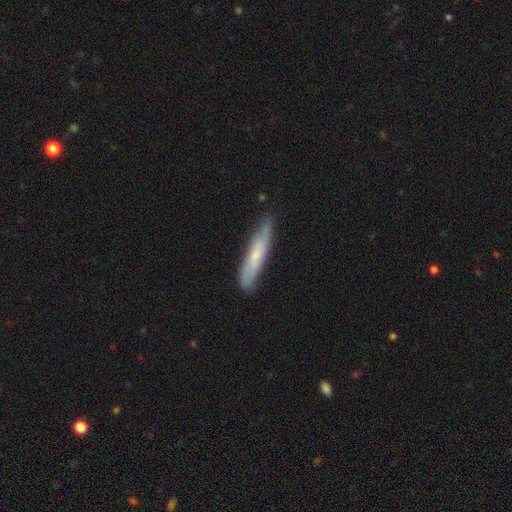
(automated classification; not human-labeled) Overall: smooth (53%; featured or disk 41%). How rounded: cigar-shaped (89%). Merging: none (78%).